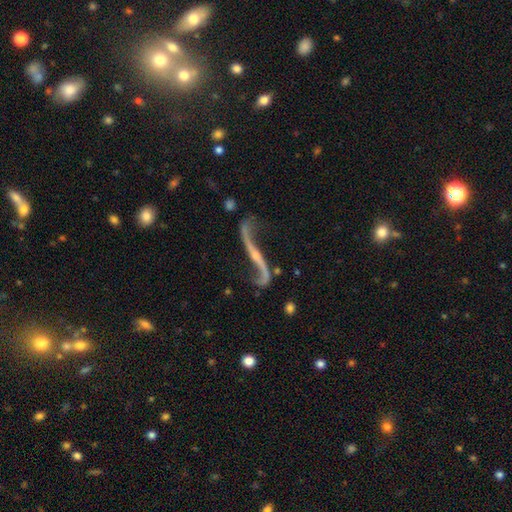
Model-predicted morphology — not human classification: smooth-or-featured: featured or disk: 90% | star or artifact: 5% | smooth: 5%
  disk-edge-on: no: 73% | yes: 27%
    bar: no: 44% | strong: 30% | weak: 25%
    has-spiral-arms: yes: 95% | no: 5%
      spiral-winding: loose: 95% | medium: 4% | tight: 2%
      spiral-arm-count: 2: 93% | 1: 3% | can't tell: 1% | 3: 1% | 4: 1% | more than 4: 1%
    bulge-size: small: 70% | moderate: 17% | none: 10% | large: 2% | dominant: 1%
  merging: none: 60% | minor disturbance: 20% | major disturbance: 14% | merger: 6%